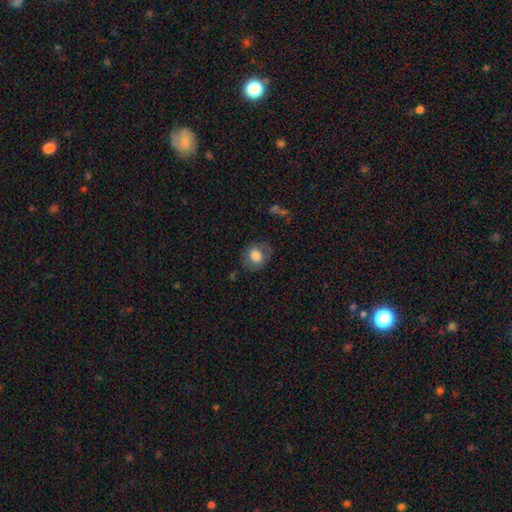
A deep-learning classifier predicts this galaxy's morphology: type=smooth (74%); roundness=round (63%); merging=none (75%).